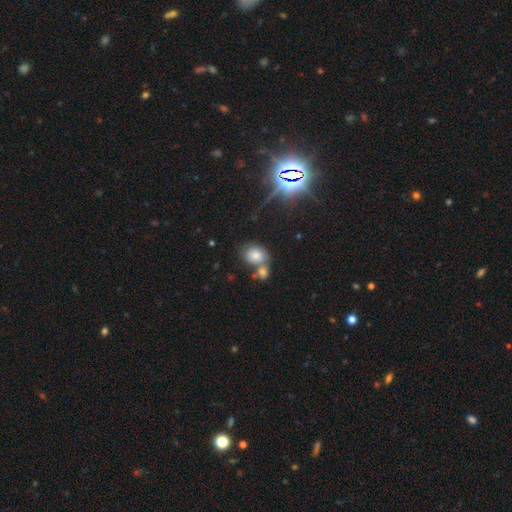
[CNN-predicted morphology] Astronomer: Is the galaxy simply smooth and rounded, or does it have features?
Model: smooth — 76%.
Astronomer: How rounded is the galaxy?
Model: round — 53% (runner-up: in between, 46%).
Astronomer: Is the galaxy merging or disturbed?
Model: none — 43% (runner-up: merger, 41%).